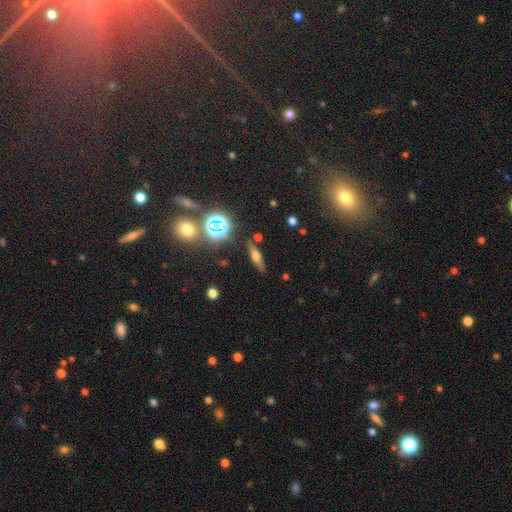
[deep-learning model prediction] Overall: featured or disk (43%; smooth 38%). Merging: none (82%).